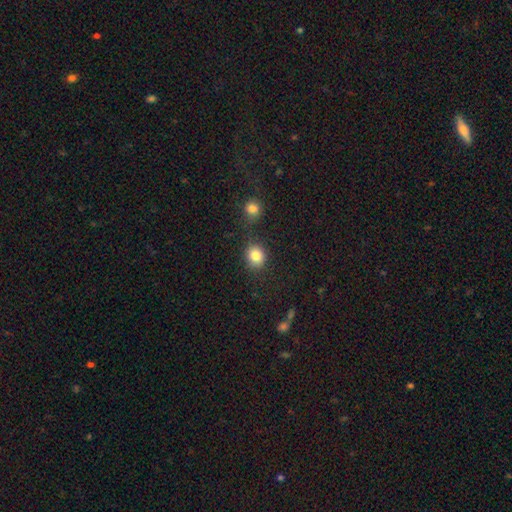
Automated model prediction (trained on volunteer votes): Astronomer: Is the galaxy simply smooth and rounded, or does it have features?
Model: smooth — 83%.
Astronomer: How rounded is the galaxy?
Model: round — 76%.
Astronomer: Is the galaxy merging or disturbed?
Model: none — 76%.